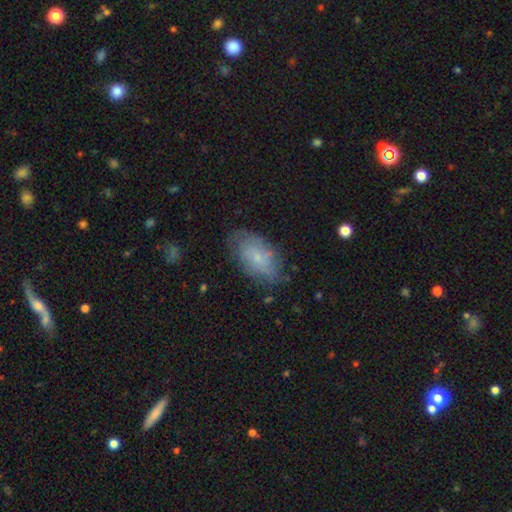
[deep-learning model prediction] This is possibly a smooth galaxy (56%). How rounded: clearly in between (92%). Merging: likely none (69%).